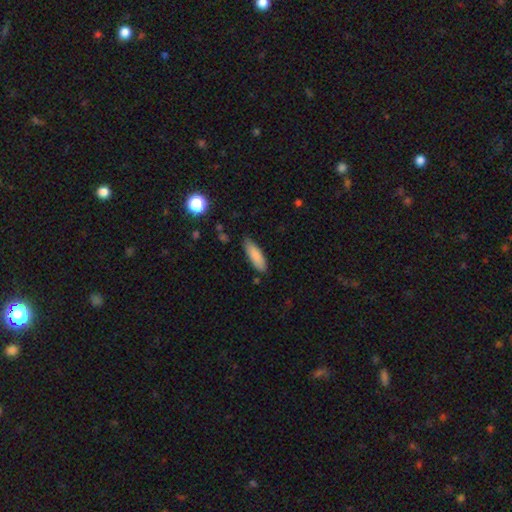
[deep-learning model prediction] This is clearly a smooth galaxy (86%). How rounded: possibly in between (50%). Merging: clearly none (81%).